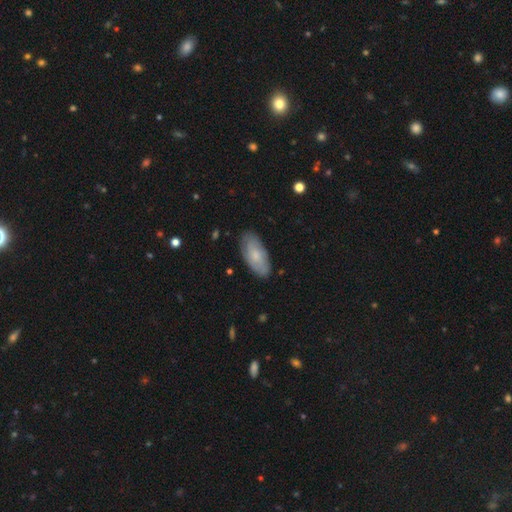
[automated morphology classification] This appears to be a smooth galaxy with no disk features (65%) that is in between round and cigar-shaped (90%). Merging: none (82%).